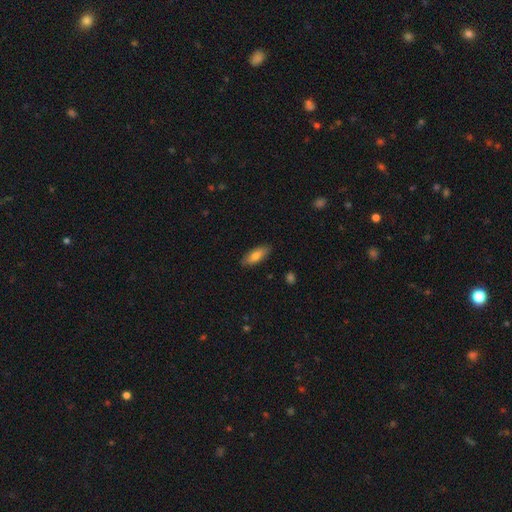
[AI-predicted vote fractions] Smooth or featured? smooth (76%)
How rounded? in between (74%)
Merging? none (86%)